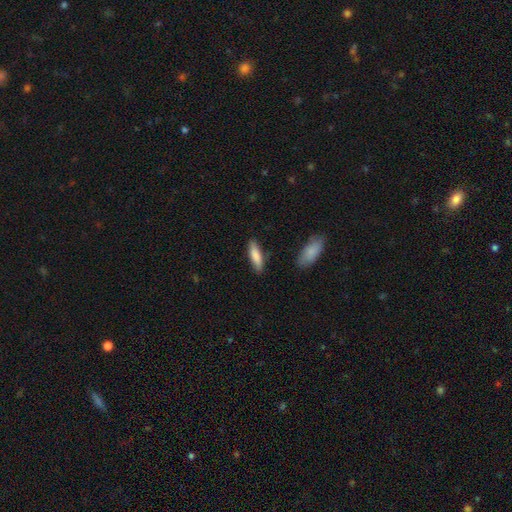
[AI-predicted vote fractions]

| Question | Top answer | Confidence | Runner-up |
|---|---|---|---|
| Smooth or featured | smooth | 83% | featured or disk (12%) |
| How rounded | cigar-shaped | 62% | in between (36%) |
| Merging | none | 84% | minor disturbance (11%) |